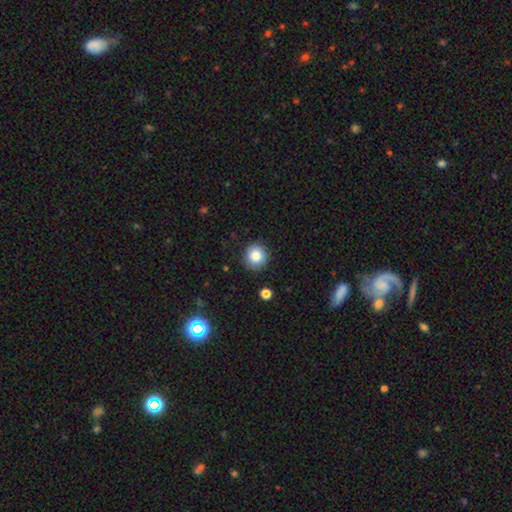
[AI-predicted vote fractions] Smooth or featured? Predicted: smooth (p=0.83). How rounded? Predicted: round (p=0.92). Merging? Predicted: none (p=0.89).